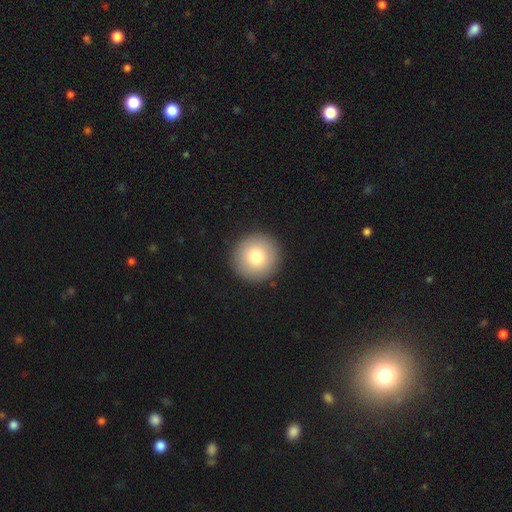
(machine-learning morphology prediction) The model was most divided on "smooth or featured": smooth: 81%, featured or disk: 11%, star or artifact: 8%. More confident: how rounded — round (96%); merging — none (92%).